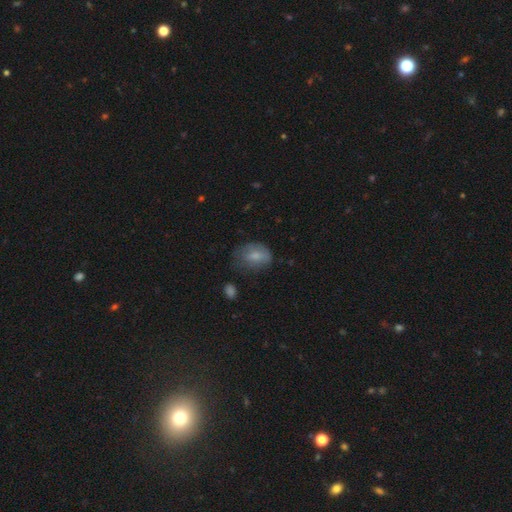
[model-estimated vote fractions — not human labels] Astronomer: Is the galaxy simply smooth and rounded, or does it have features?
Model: smooth — 73%.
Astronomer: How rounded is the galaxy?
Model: in between — 78%.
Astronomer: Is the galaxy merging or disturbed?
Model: none — 49% (runner-up: minor disturbance, 33%).